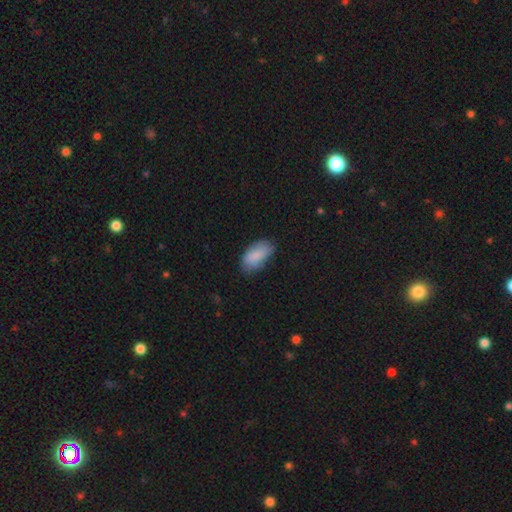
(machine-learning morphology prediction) Smooth or featured? smooth (86%)
How rounded? in between (93%)
Merging? none (70%)